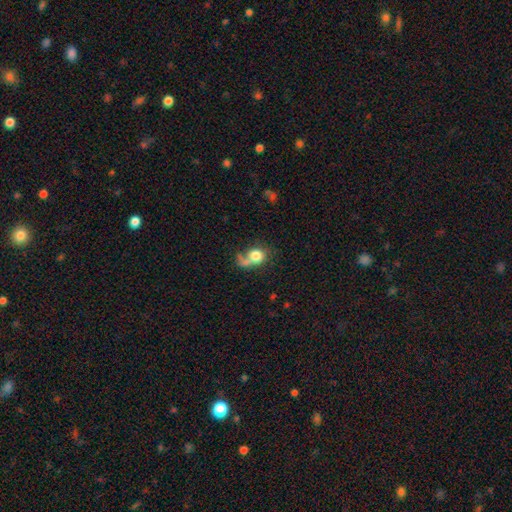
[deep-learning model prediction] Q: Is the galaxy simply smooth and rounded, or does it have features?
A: smooth — 73%.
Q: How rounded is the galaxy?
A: round — 67%.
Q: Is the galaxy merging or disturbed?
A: none — 33%.